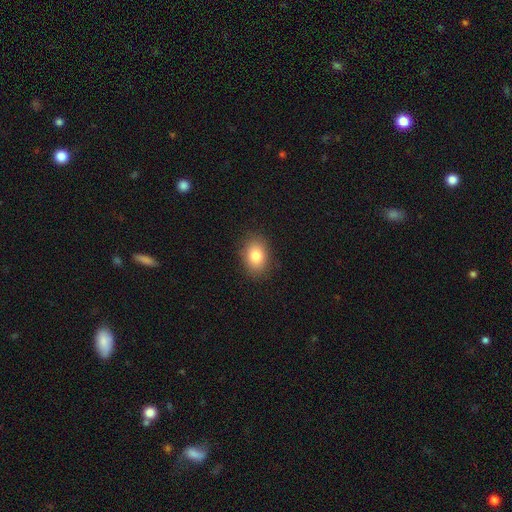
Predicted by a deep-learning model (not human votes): This is clearly a smooth galaxy (83%). How rounded: likely in between (76%). Merging: clearly none (87%).